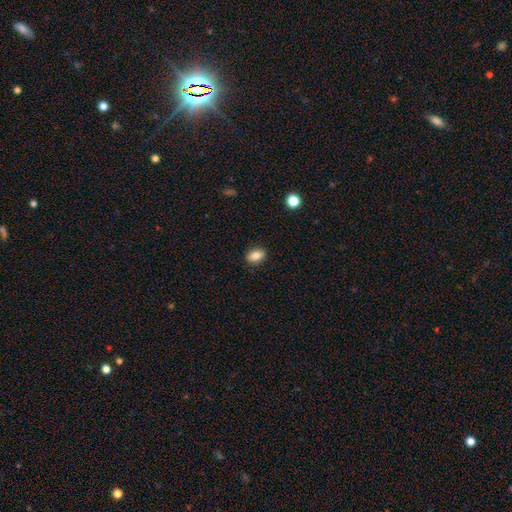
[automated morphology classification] Smooth or featured? Predicted: smooth (p=0.84). How rounded? Predicted: in between (p=0.75). Merging? Predicted: none (p=0.89).